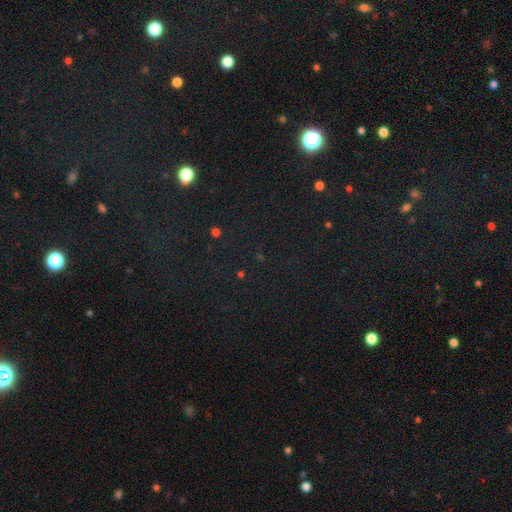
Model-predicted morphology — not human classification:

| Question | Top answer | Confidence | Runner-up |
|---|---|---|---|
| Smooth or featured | star or artifact | 74% | smooth (18%) |